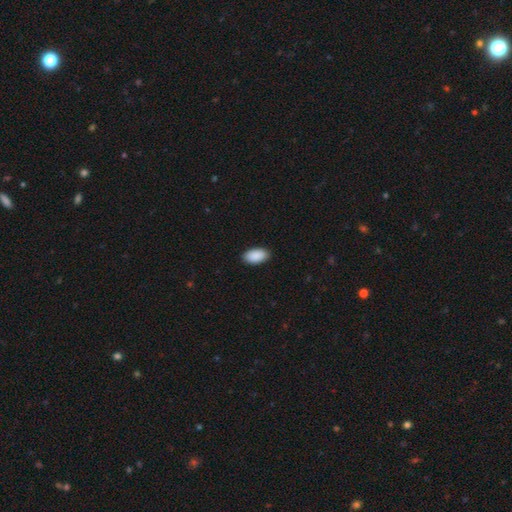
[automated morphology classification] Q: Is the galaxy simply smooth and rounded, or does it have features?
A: smooth — 91%.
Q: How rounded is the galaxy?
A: in between — 95%.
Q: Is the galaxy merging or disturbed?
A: none — 89%.